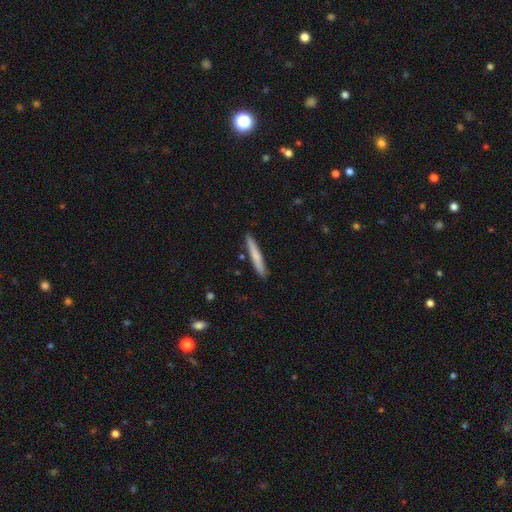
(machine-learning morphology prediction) Smooth or featured?
  - smooth: 71% *
  - featured or disk: 23%
  - star or artifact: 5%
How rounded?
  - cigar-shaped: 96% *
  - in between: 3%
  - round: 1%
Merging?
  - none: 89% *
  - minor disturbance: 8%
  - merger: 2%
  - major disturbance: 1%